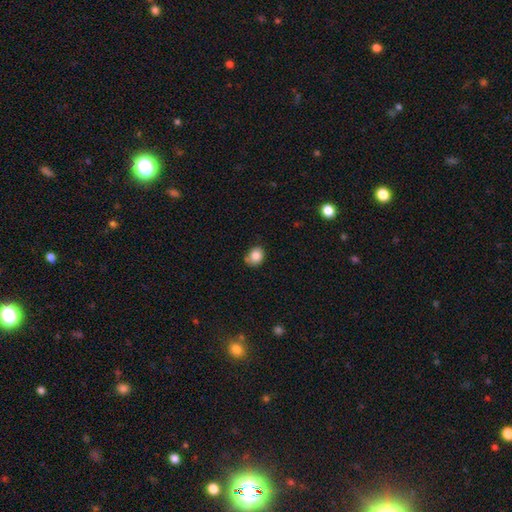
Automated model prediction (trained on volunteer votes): Morphology: type=smooth (84%); roundness=round (64%); merging=none (64%).